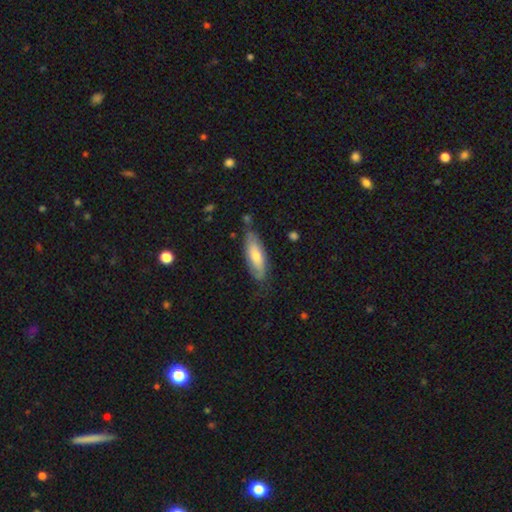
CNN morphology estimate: Smooth or featured: smooth — 62% (featured or disk — 32%)
How rounded: in between — 58% (cigar-shaped — 40%)
Merging: none — 67% (minor disturbance — 25%)